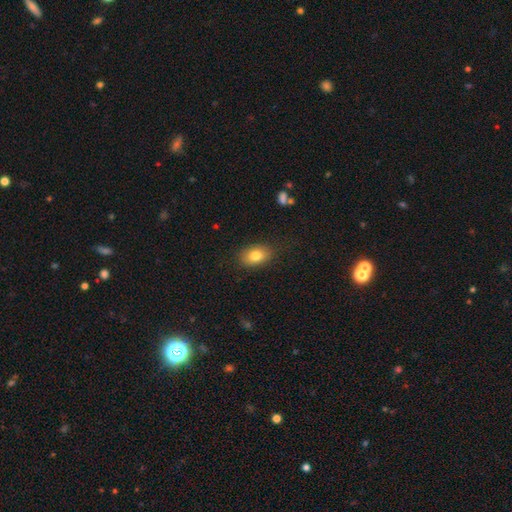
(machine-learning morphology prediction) smooth 80%, featured or disk 11%, star or artifact 8%. Down the decision tree: how rounded — in between (85%); merging — none (82%).